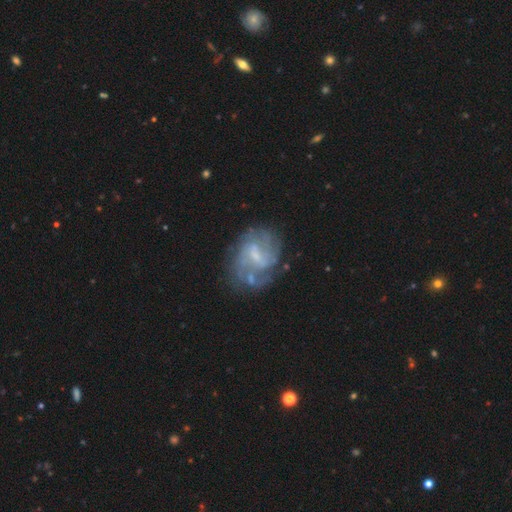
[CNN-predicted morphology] smooth_or_featured: featured or disk (p=0.78) [alt: smooth p=0.14]
disk_edge_on: no (p=0.98) [alt: yes p=0.02]
bar: weak (p=0.58) [alt: no p=0.25]
has_spiral_arms: yes (p=0.80) [alt: no p=0.20]
spiral_winding: medium (p=0.42) [alt: tight p=0.33]
spiral_arm_count: can't tell (p=0.39) [alt: 2 p=0.28]
bulge_size: small (p=0.48) [alt: moderate p=0.26]
merging: none (p=0.56) [alt: minor disturbance p=0.21]